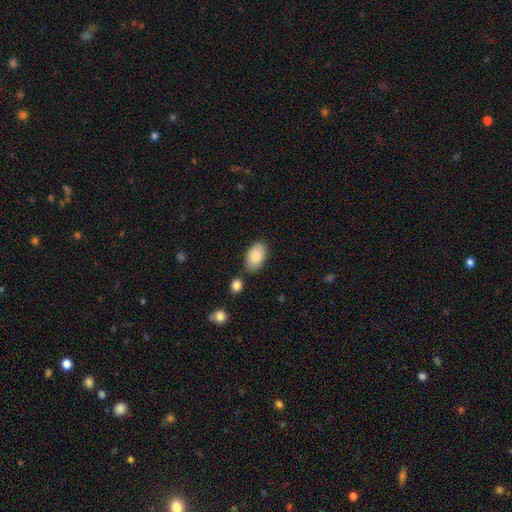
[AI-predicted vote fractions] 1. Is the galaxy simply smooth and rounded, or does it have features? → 84% smooth, 10% featured or disk, 6% star or artifact.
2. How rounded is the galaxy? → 94% in between, 5% round, 1% cigar-shaped.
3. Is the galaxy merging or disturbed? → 77% none, 14% minor disturbance, 6% merger, 3% major disturbance.